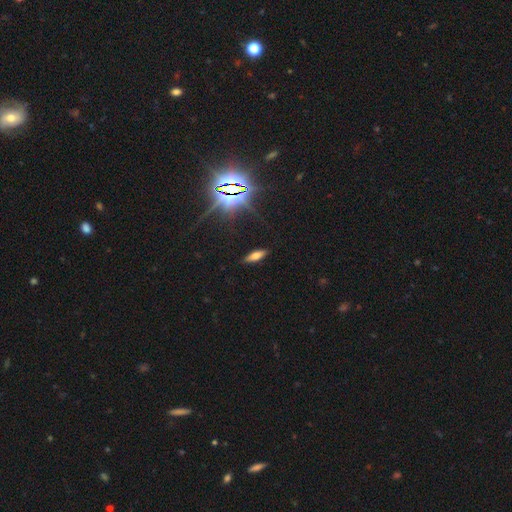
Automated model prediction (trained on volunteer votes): Smooth or featured? Predicted: smooth (p=0.61). How rounded? Predicted: in between (p=0.61). Merging? Predicted: none (p=0.88).